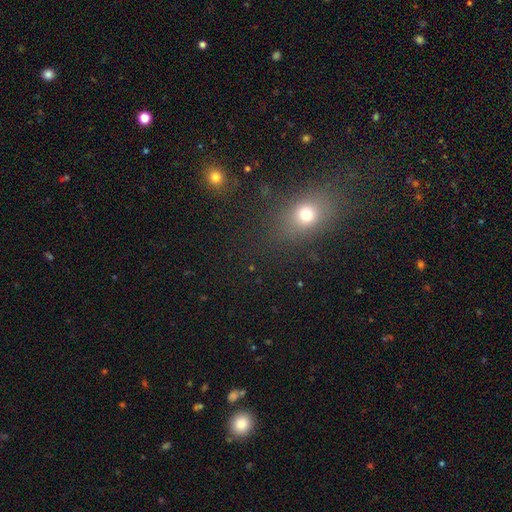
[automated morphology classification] This appears to be a smooth galaxy with no disk features (58%) that is in between round and cigar-shaped (55%). Merging: none (84%).